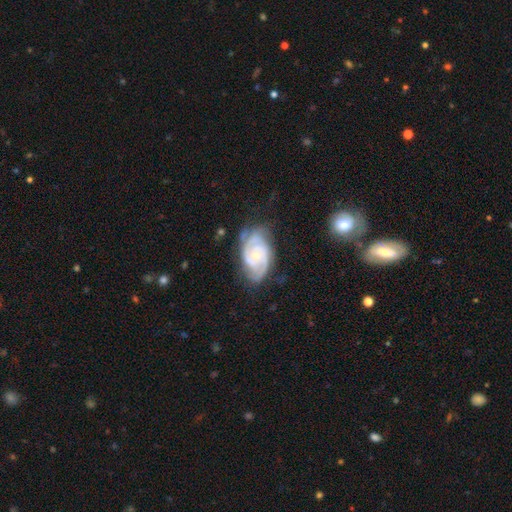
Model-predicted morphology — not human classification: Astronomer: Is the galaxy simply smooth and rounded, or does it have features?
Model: featured or disk — 88%.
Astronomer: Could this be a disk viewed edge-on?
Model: no — 97%.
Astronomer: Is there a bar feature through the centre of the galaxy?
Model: no — 64%.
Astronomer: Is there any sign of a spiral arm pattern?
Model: yes — 98%.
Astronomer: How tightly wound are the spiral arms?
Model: tight — 68%.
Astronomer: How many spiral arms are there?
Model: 2 — 49% (runner-up: 3, 27%).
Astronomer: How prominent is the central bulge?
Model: small — 59% (runner-up: moderate, 37%).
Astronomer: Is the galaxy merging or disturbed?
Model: none — 69%.